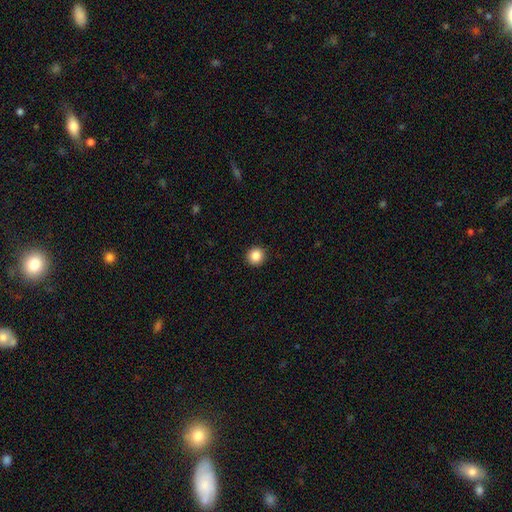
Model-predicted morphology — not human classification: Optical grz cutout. It shows a smooth galaxy with no disk features (87%) that is round (94%). Merging: none (93%).